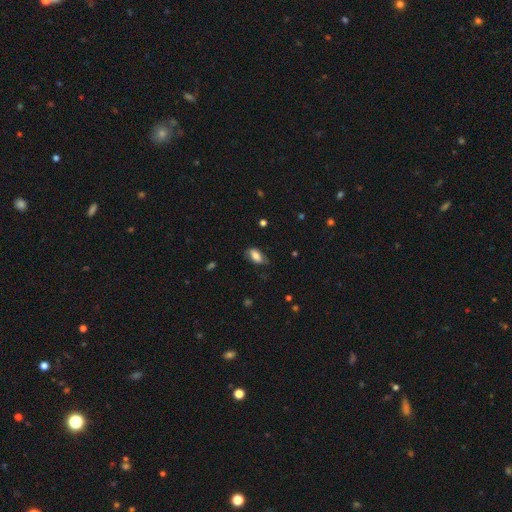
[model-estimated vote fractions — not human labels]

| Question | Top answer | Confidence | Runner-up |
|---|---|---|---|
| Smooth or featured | smooth | 77% | featured or disk (15%) |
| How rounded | in between | 90% | cigar-shaped (6%) |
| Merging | none | 62% | minor disturbance (27%) |